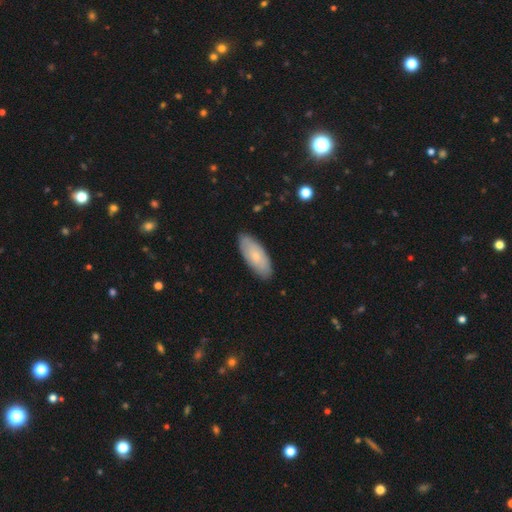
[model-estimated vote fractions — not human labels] smooth_or_featured: smooth (p=0.71) [alt: featured or disk p=0.23]
how_rounded: in between (p=0.82) [alt: cigar-shaped p=0.16]
merging: none (p=0.86) [alt: minor disturbance p=0.11]